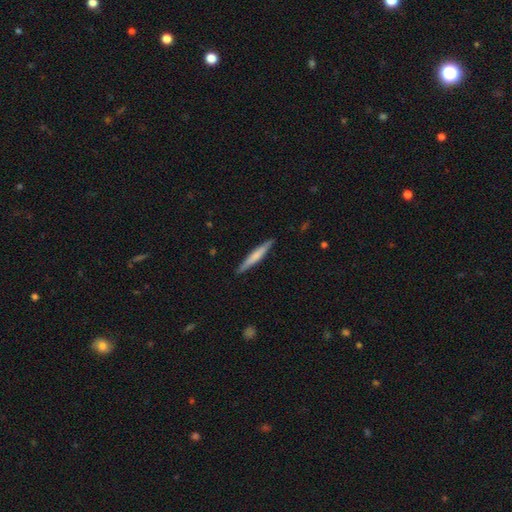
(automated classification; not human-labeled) Morphology: type=smooth (54%); roundness=cigar-shaped (95%); merging=none (90%).